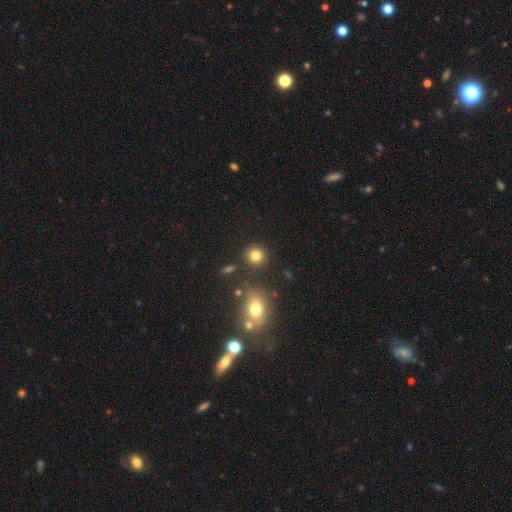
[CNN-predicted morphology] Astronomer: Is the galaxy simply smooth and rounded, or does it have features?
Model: smooth — 81%.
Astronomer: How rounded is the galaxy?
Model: round — 88%.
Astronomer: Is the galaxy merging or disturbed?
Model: none — 85%.